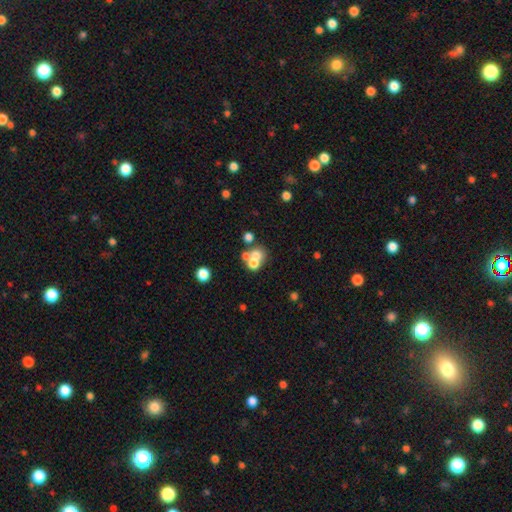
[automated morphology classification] This appears to be a smooth galaxy with no disk features (62%) that is round (76%). Merging: merger (53%).